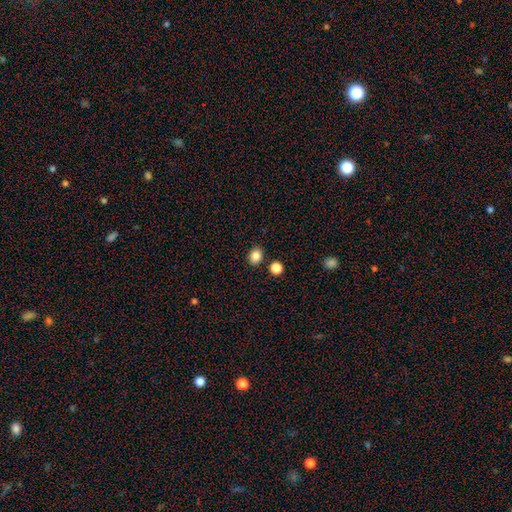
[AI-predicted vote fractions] Smooth or featured: smooth — 86% (star or artifact — 10%)
How rounded: round — 52% (in between — 48%)
Merging: none — 85% (minor disturbance — 8%)